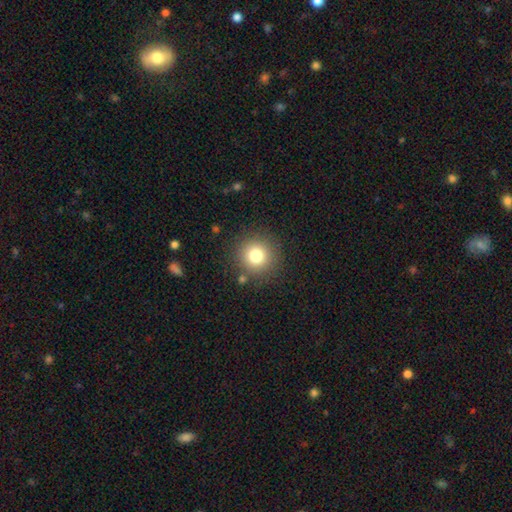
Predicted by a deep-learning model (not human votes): smooth-or-featured: smooth: 79% | star or artifact: 13% | featured or disk: 9%
  how-rounded: round: 95% | in between: 4% | cigar-shaped: 1%
  merging: none: 87% | minor disturbance: 7% | major disturbance: 3% | merger: 3%